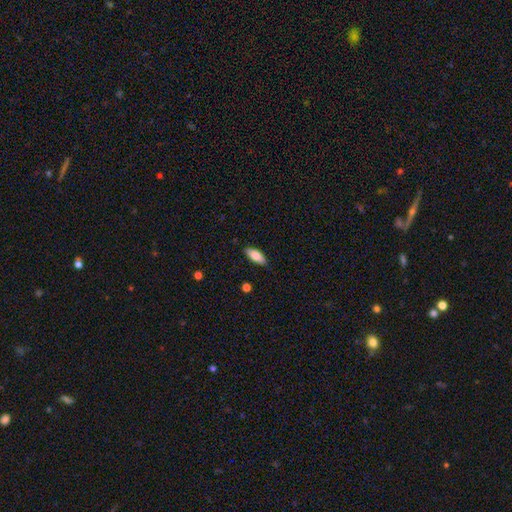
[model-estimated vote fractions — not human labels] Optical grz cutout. It shows a smooth galaxy with no disk features (80%) that is in between round and cigar-shaped (82%). Merging: none (85%).